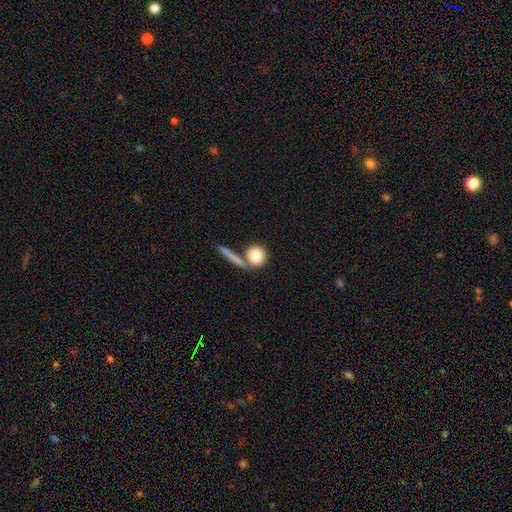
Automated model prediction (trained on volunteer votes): smooth_or_featured: smooth (p=0.81) [alt: featured or disk p=0.11]
how_rounded: round (p=0.83) [alt: in between p=0.12]
merging: none (p=0.64) [alt: merger p=0.20]